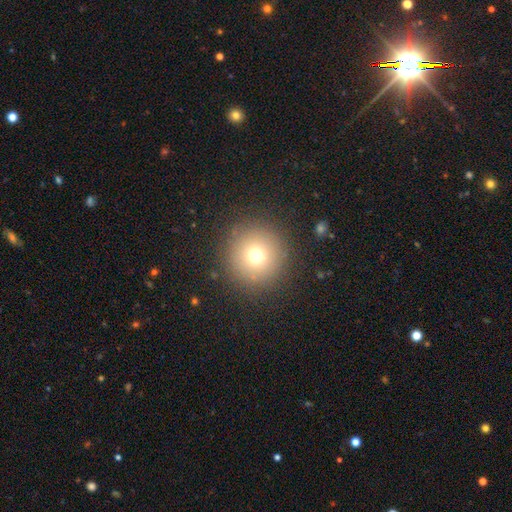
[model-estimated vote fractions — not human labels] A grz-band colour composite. It shows a smooth galaxy with no disk features (71%) that is round (96%). Merging: none (89%).